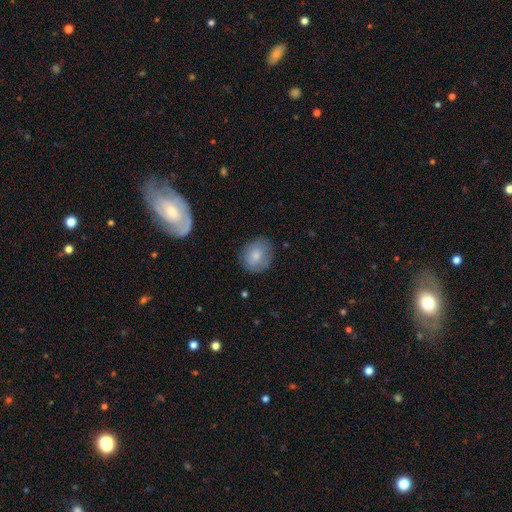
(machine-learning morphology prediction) This is likely a smooth galaxy (79%). How rounded: likely round (69%). Merging: likely none (80%).